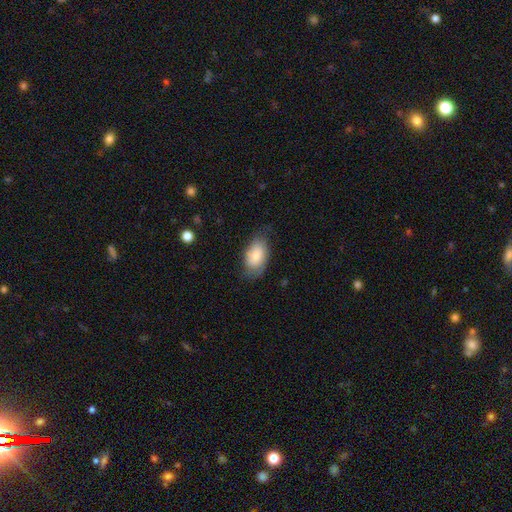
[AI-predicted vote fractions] A smooth galaxy with no disk features (74%) that is in between round and cigar-shaped (92%). Merging: none (65%).